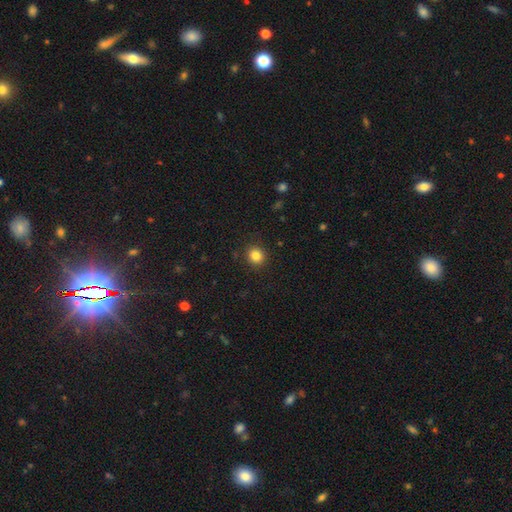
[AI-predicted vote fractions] Morphology: type=smooth (84%); roundness=round (85%); merging=none (90%).